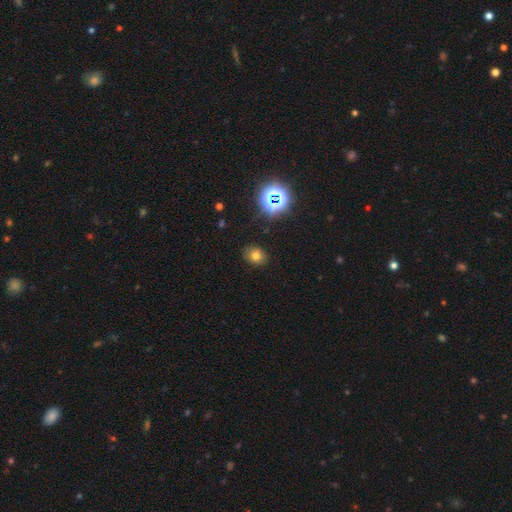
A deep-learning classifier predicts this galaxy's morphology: Smooth or featured? smooth (69%)
How rounded? round (54%)
Merging? none (84%)